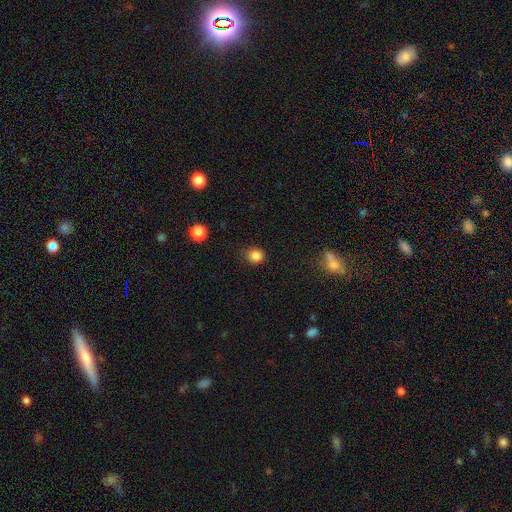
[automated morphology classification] smooth-or-featured: smooth: 84% | star or artifact: 13% | featured or disk: 4%
  how-rounded: round: 83% | in between: 16% | cigar-shaped: 1%
  merging: none: 79% | minor disturbance: 15% | major disturbance: 4% | merger: 2%